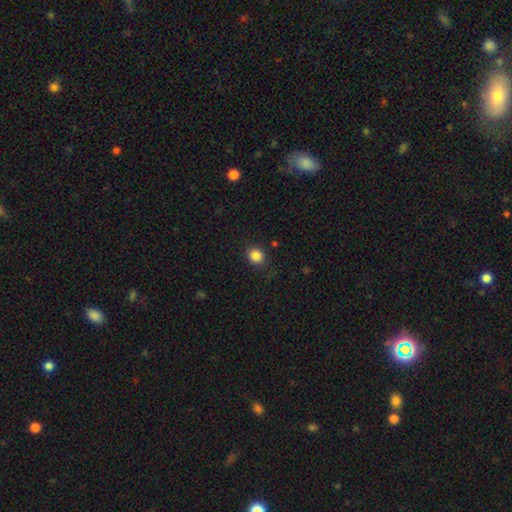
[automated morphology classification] A smooth galaxy with no disk features (85%) that is round (73%). Merging: none (83%).